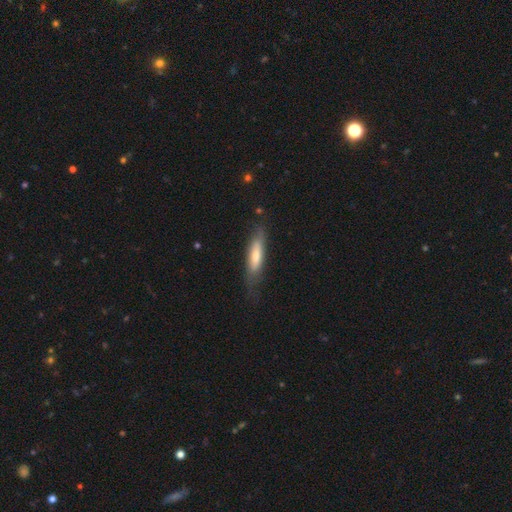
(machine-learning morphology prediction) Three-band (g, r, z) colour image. It shows a smooth galaxy with no disk features (59%) that is cigar-shaped (71%). Merging: none (67%).